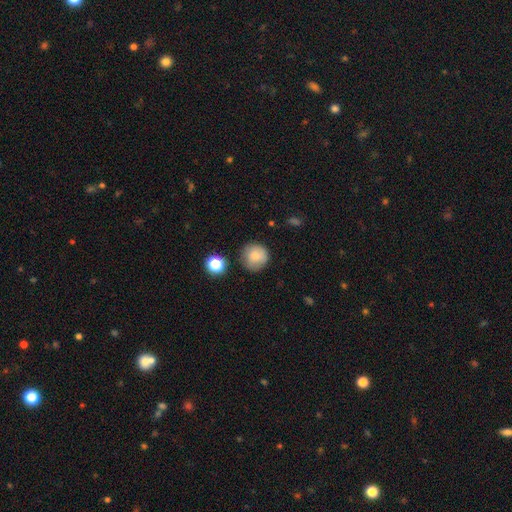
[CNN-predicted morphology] smooth_or_featured: smooth (p=0.82) [alt: star or artifact p=0.09]
how_rounded: round (p=0.94) [alt: in between p=0.05]
merging: none (p=0.79) [alt: minor disturbance p=0.14]